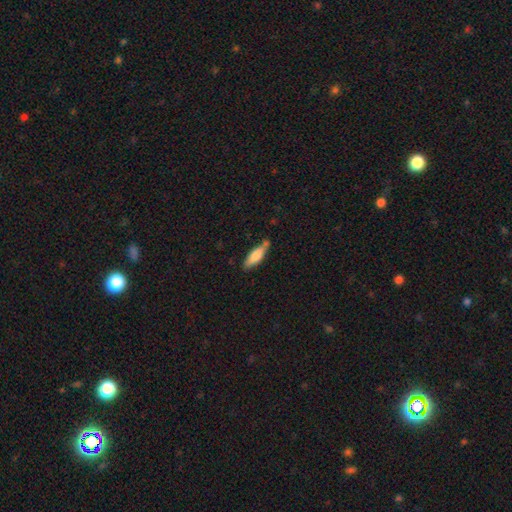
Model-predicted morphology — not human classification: This appears to be a smooth galaxy with no disk features (71%) that is cigar-shaped (53%). Merging: none (67%).